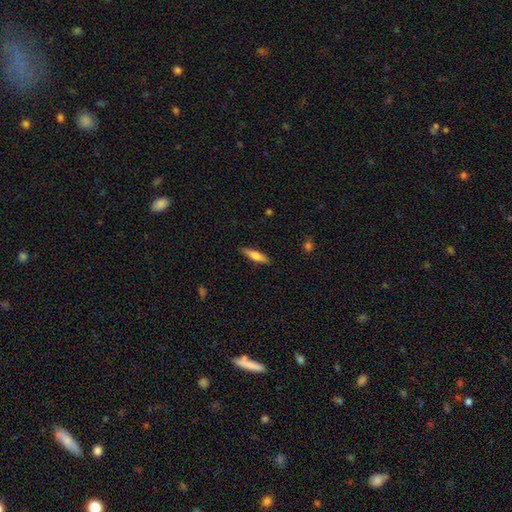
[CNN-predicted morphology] Q: Smooth or featured?
A: smooth (72%); runner-up: featured or disk (22%)
Q: How rounded?
A: cigar-shaped (69%); runner-up: in between (29%)
Q: Merging?
A: none (87%); runner-up: minor disturbance (10%)